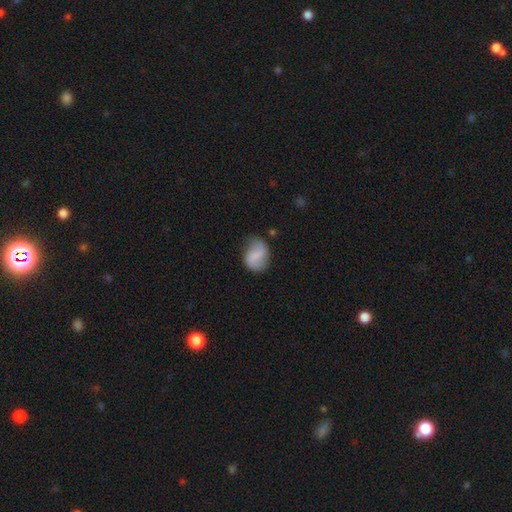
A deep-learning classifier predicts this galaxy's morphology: Smooth or featured? smooth (56%)
How rounded? in between (62%)
Merging? none (61%)